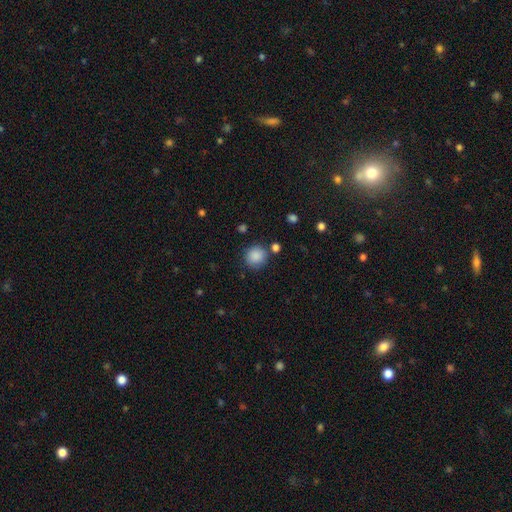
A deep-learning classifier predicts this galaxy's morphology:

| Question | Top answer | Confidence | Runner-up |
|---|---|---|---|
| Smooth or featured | smooth | 87% | star or artifact (9%) |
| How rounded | round | 87% | in between (12%) |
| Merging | none | 80% | minor disturbance (11%) |